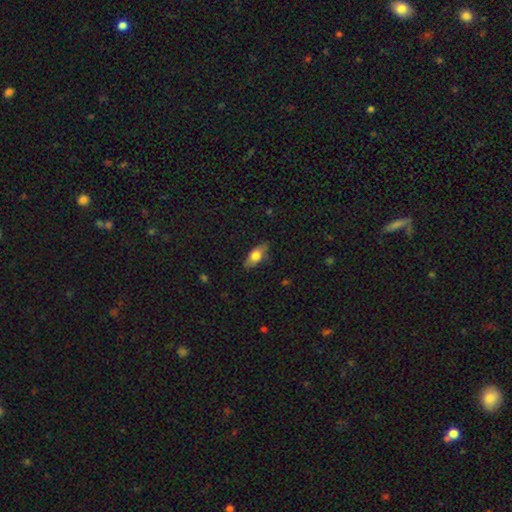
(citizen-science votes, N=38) smooth_or_featured: smooth (p=0.71) [alt: featured or disk p=0.26]
how_rounded: in between (p=0.74) [alt: cigar-shaped p=0.22]
merging: none (p=0.70) [alt: minor disturbance p=0.22]